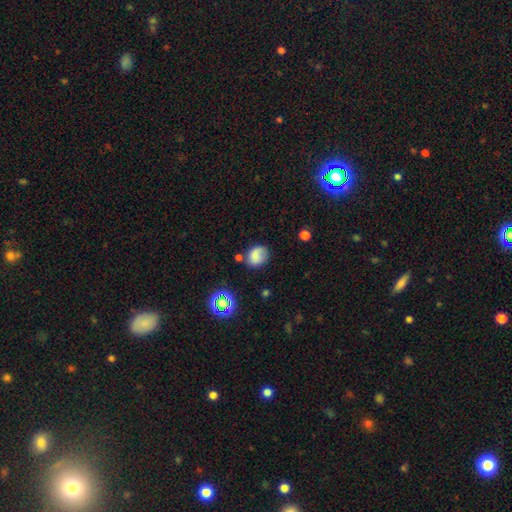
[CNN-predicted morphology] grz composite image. It shows a smooth galaxy with no disk features (74%) that is round (55%). Merging: none (60%).